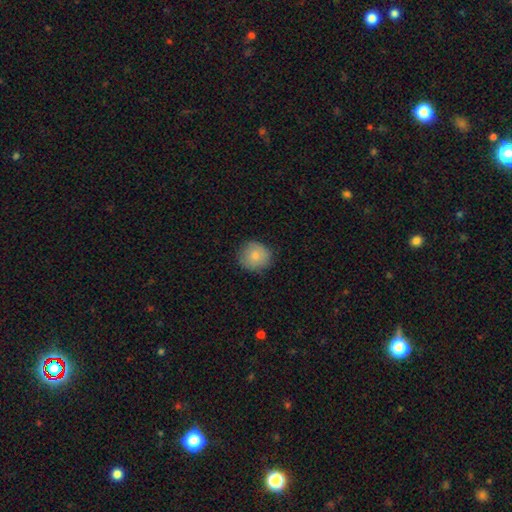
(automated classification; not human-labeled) Overall: smooth (81%). How rounded: round (88%). Merging: none (82%).